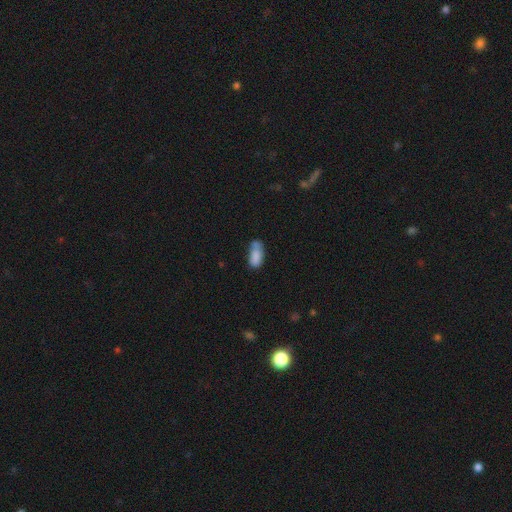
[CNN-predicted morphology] Smooth or featured: smooth — 80% (featured or disk — 11%)
How rounded: in between — 88% (cigar-shaped — 9%)
Merging: none — 42% (minor disturbance — 29%)